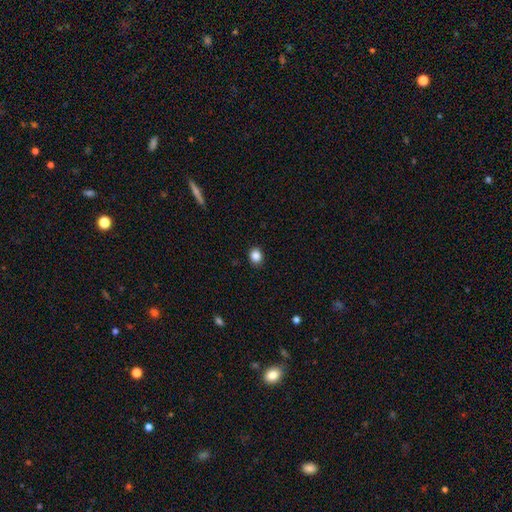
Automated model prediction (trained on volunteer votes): smooth-or-featured: smooth: 86% | star or artifact: 10% | featured or disk: 3%
  how-rounded: round: 65% | in between: 34% | cigar-shaped: 1%
  merging: none: 90% | minor disturbance: 7% | major disturbance: 2% | merger: 1%